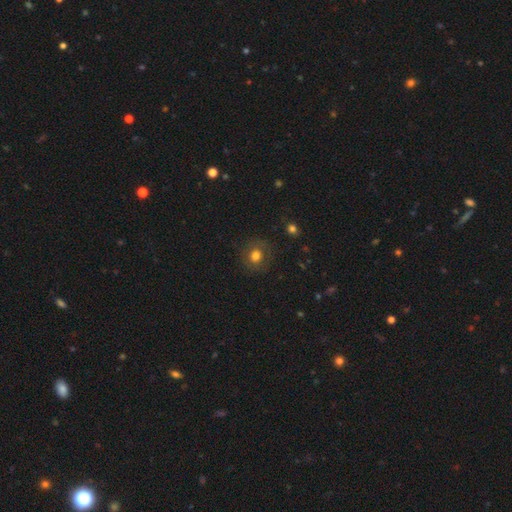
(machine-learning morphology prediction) A smooth galaxy with no disk features (69%) that is round (81%).

Vote fractions:
- Smooth or featured? smooth: 69% / featured or disk: 19% / star or artifact: 12%
- How rounded? round: 81% / in between: 18% / cigar-shaped: 1%
- Merging? none: 81% / minor disturbance: 12% / major disturbance: 6% / merger: 1%